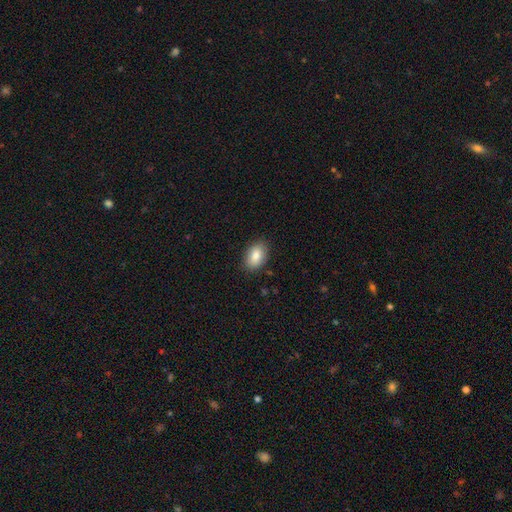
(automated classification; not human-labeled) This appears to be a smooth galaxy with no disk features (84%) that is in between round and cigar-shaped (89%). Merging: none (86%).